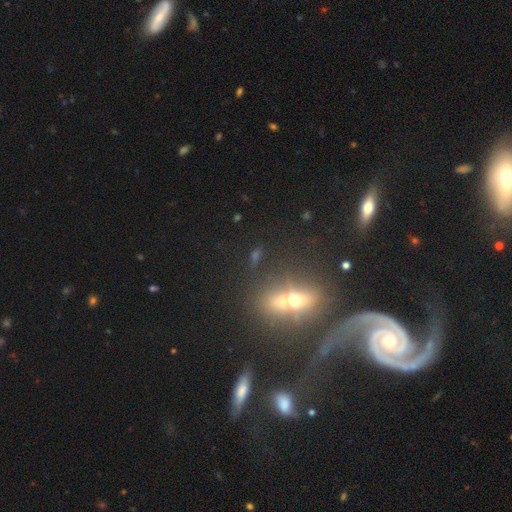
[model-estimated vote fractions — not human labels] Q: Smooth or featured?
A: smooth (38%); runner-up: star or artifact (32%)
Q: Merging?
A: none (67%); runner-up: merger (13%)